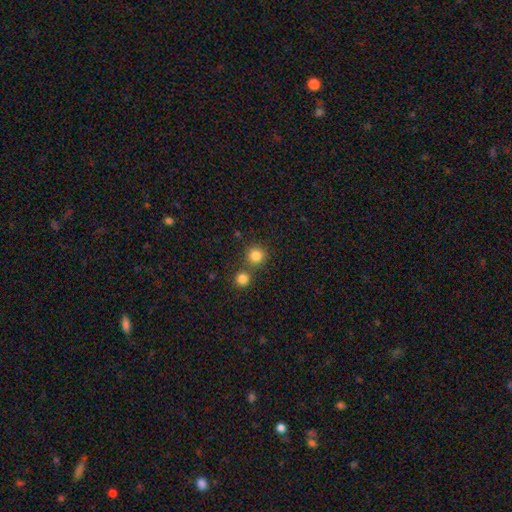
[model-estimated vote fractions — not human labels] Q: Smooth or featured?
A: smooth (83%); runner-up: star or artifact (12%)
Q: How rounded?
A: round (92%); runner-up: in between (7%)
Q: Merging?
A: none (70%); runner-up: merger (20%)